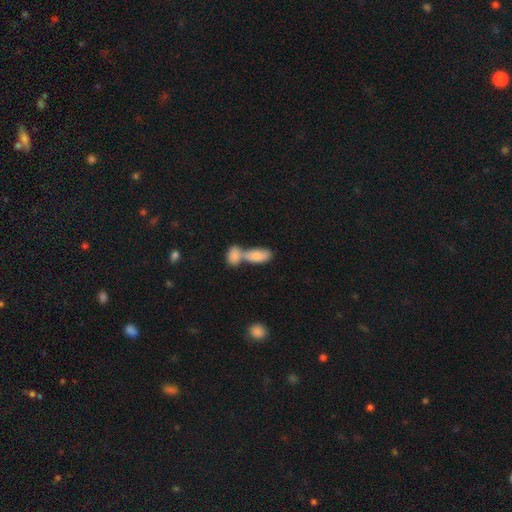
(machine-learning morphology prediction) A smooth galaxy with no disk features (82%) that is in between round and cigar-shaped (87%).

Vote fractions:
- Smooth or featured? smooth: 82% / featured or disk: 12% / star or artifact: 6%
- How rounded? in between: 87% / cigar-shaped: 10% / round: 4%
- Merging? merger: 70% / none: 19% / minor disturbance: 7% / major disturbance: 4%